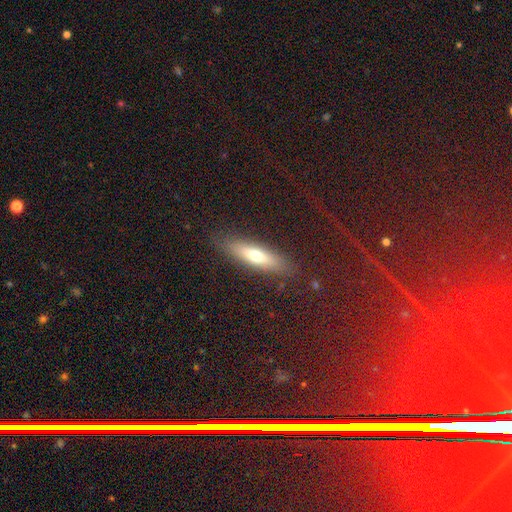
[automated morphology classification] Smooth or featured? Predicted: smooth (p=0.60). How rounded? Predicted: cigar-shaped (p=0.59). Merging? Predicted: none (p=0.85).